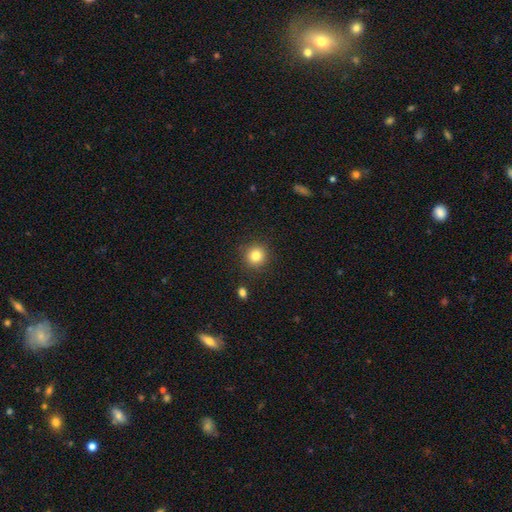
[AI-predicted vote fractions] This is clearly a smooth galaxy (83%). How rounded: clearly round (92%). Merging: clearly none (89%).